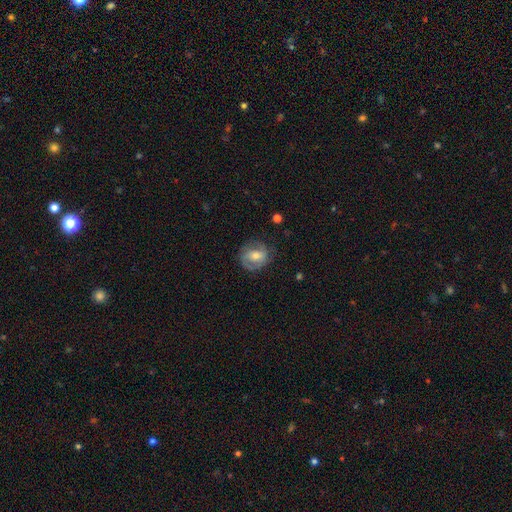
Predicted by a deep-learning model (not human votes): This is likely a featured or disk galaxy (63%). It is clearly not viewed edge-on (97%). Bar: marginally weak (43%). Spiral arm pattern: clearly yes (80%). Central bulge: likely moderate (61%). Merging: likely none (70%).